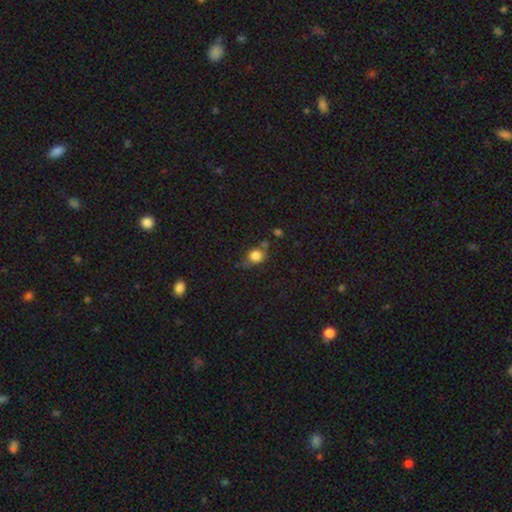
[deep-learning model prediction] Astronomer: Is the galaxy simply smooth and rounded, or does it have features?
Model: smooth — 79%.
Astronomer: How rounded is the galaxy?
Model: round — 75%.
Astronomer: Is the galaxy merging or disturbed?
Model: none — 55%.